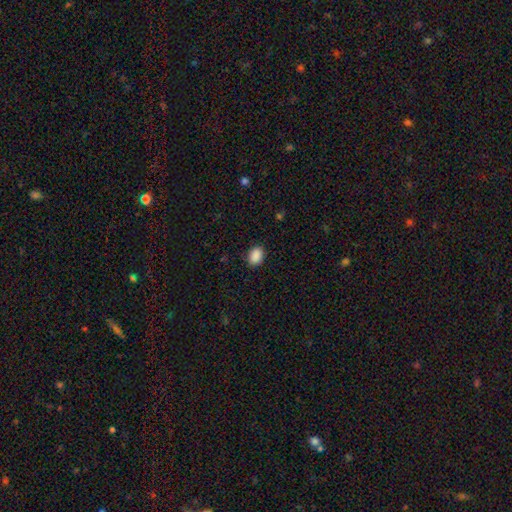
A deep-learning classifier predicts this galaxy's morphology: smooth-or-featured: smooth: 90% | star or artifact: 8% | featured or disk: 2%
  how-rounded: in between: 71% | round: 28% | cigar-shaped: 1%
  merging: none: 88% | minor disturbance: 9% | major disturbance: 2% | merger: 1%